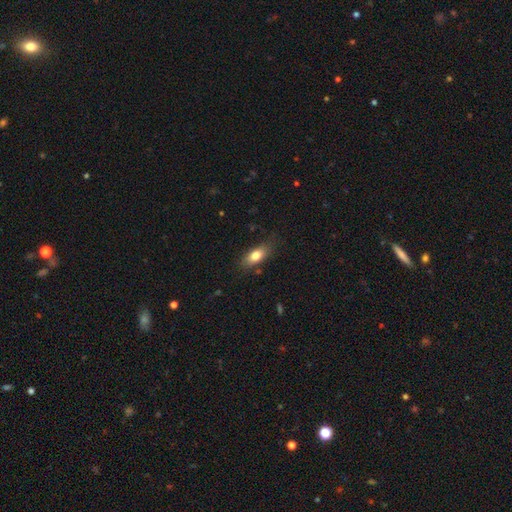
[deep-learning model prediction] Smooth or featured: smooth — 78% (featured or disk — 15%)
How rounded: in between — 81% (cigar-shaped — 15%)
Merging: none — 76% (minor disturbance — 18%)